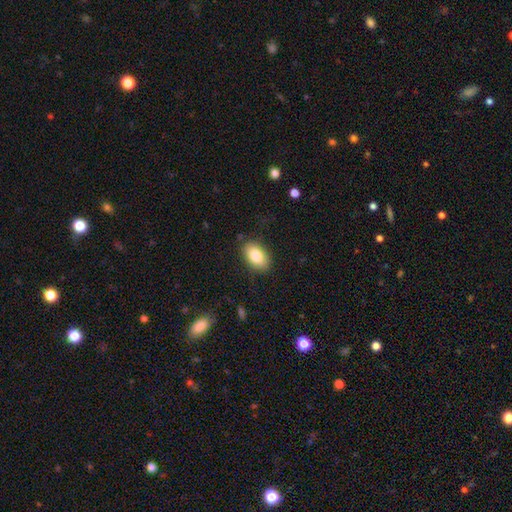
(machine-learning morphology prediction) A smooth galaxy with no disk features (82%) that is in between round and cigar-shaped (91%). Merging: none (84%).